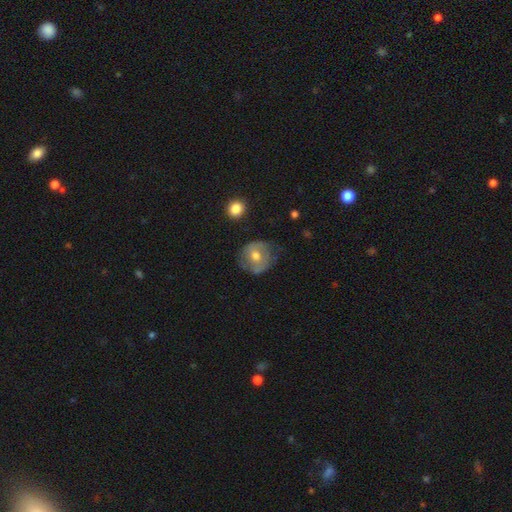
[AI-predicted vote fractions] The model was most divided on "smooth or featured": smooth: 56%, featured or disk: 37%, star or artifact: 7%. More confident: how rounded — round (83%); merging — none (63%).